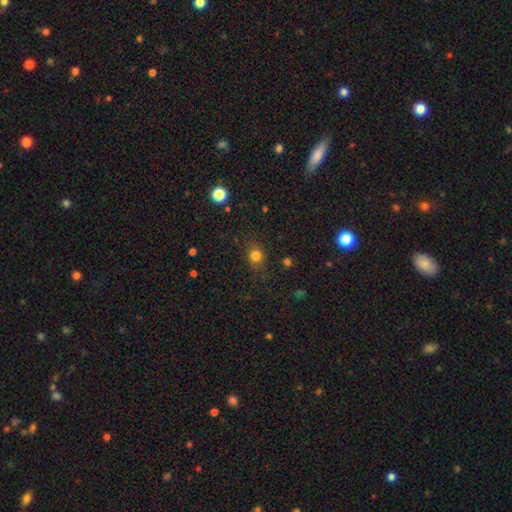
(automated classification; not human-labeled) Smooth or featured? smooth (80%)
How rounded? round (75%)
Merging? none (83%)